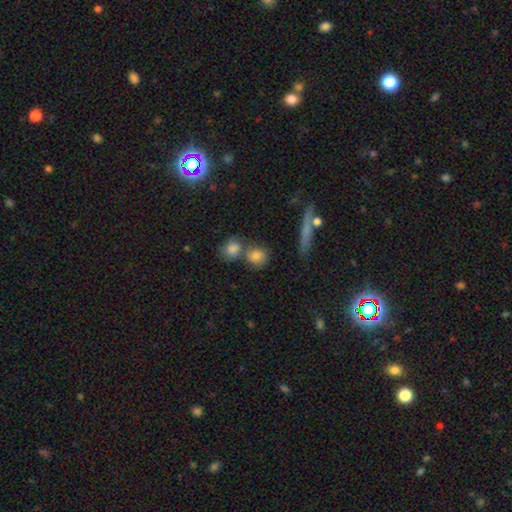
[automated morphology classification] smooth-or-featured: smooth: 79% | star or artifact: 11% | featured or disk: 10%
  how-rounded: round: 75% | in between: 20% | cigar-shaped: 5%
  merging: none: 58% | merger: 29% | minor disturbance: 10% | major disturbance: 4%